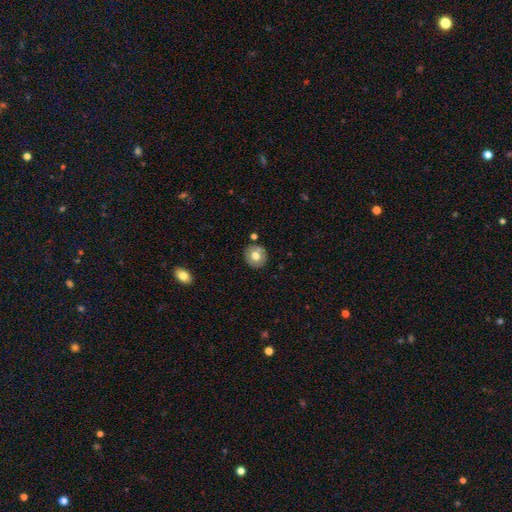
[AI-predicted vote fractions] Smooth or featured? smooth (69%)
How rounded? round (90%)
Merging? none (85%)